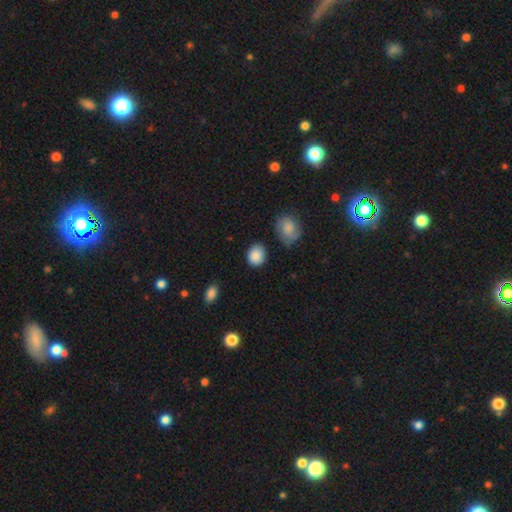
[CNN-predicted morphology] Smooth or featured? Predicted: smooth (p=0.88). How rounded? Predicted: round (p=0.66). Merging? Predicted: none (p=0.79).